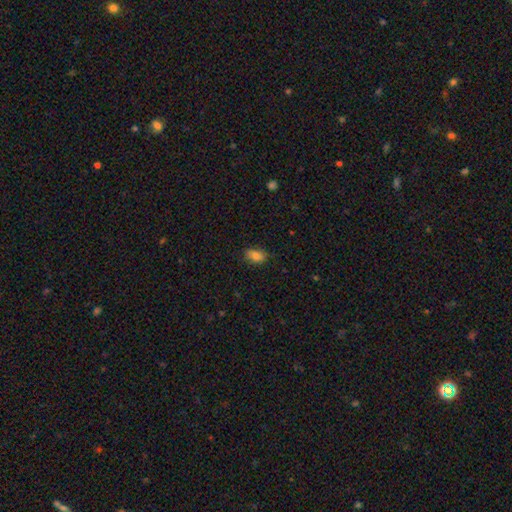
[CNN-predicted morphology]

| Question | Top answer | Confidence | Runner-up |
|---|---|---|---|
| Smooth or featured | smooth | 83% | star or artifact (9%) |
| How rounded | in between | 86% | round (12%) |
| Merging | none | 78% | minor disturbance (18%) |